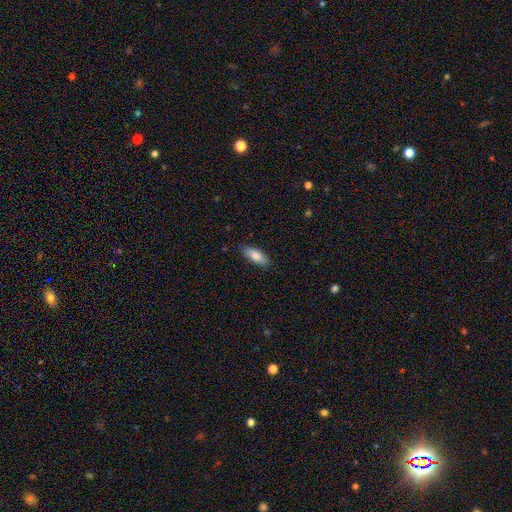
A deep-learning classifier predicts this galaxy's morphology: The model was most divided on "how rounded": in between: 73%, cigar-shaped: 25%, round: 2%. More confident: merging — none (86%); smooth or featured — smooth (83%).